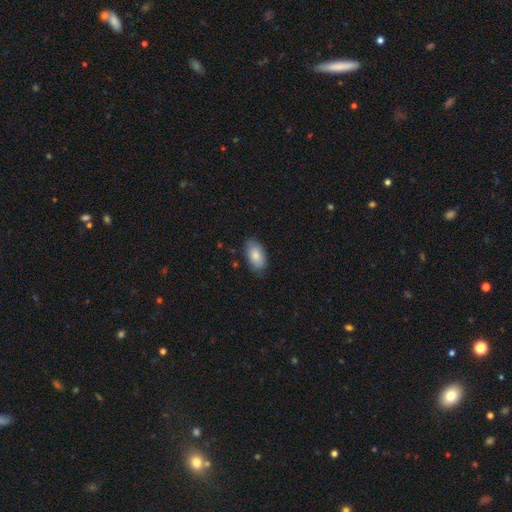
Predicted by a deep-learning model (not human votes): smooth_or_featured: smooth (p=0.83) [alt: featured or disk p=0.11]
how_rounded: in between (p=0.94) [alt: round p=0.04]
merging: none (p=0.81) [alt: minor disturbance p=0.15]